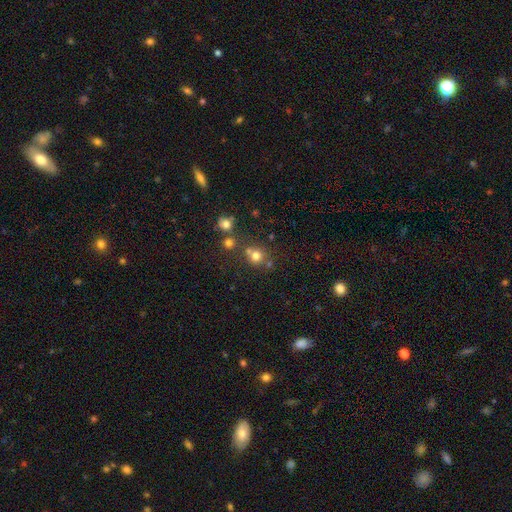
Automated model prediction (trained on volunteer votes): Q: Smooth or featured?
A: smooth (72%); runner-up: star or artifact (18%)
Q: How rounded?
A: round (89%); runner-up: in between (10%)
Q: Merging?
A: none (63%); runner-up: merger (25%)